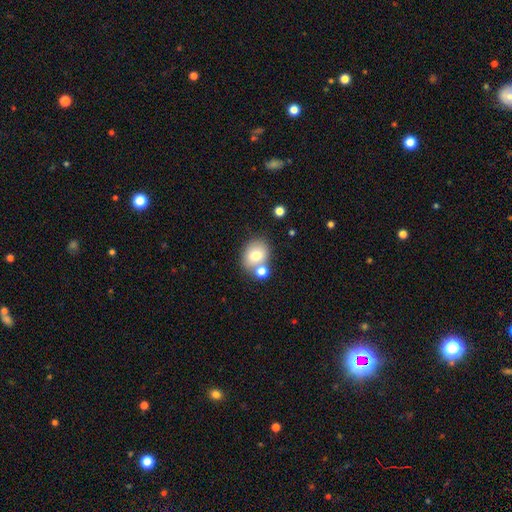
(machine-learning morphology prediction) type=smooth (74%); roundness=round (58%); merging=none (56%).